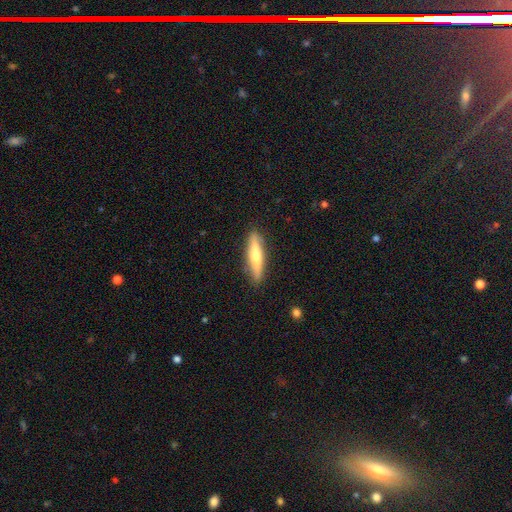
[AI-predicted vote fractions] smooth-or-featured: smooth: 54% | featured or disk: 40% | star or artifact: 6%
  how-rounded: cigar-shaped: 83% | in between: 15% | round: 2%
  merging: none: 88% | minor disturbance: 9% | major disturbance: 2% | merger: 1%